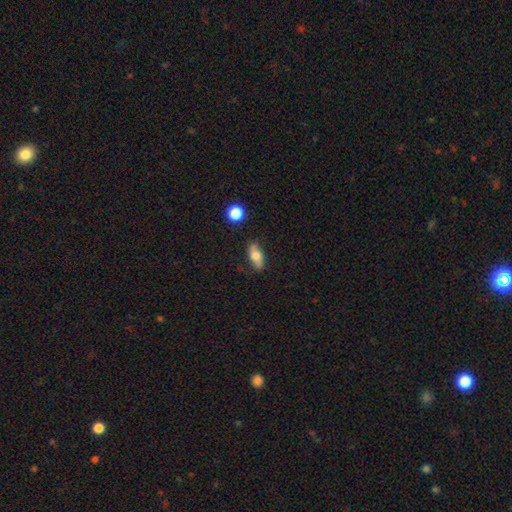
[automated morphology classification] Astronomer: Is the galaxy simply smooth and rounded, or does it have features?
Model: smooth — 68%.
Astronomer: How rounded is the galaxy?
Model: in between — 83%.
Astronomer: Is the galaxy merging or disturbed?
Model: none — 78%.